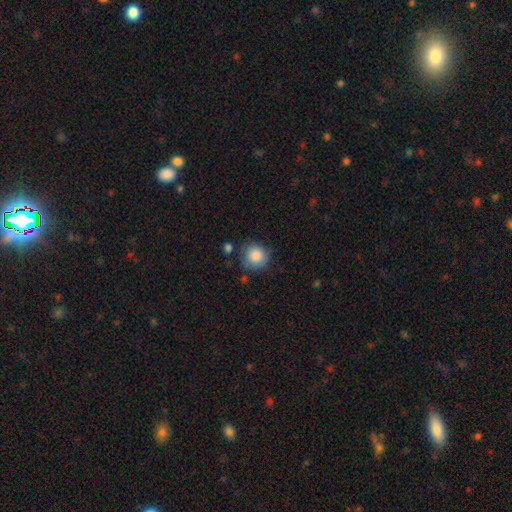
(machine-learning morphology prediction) Smooth or featured? Predicted: smooth (p=0.86). How rounded? Predicted: round (p=0.89). Merging? Predicted: none (p=0.75).